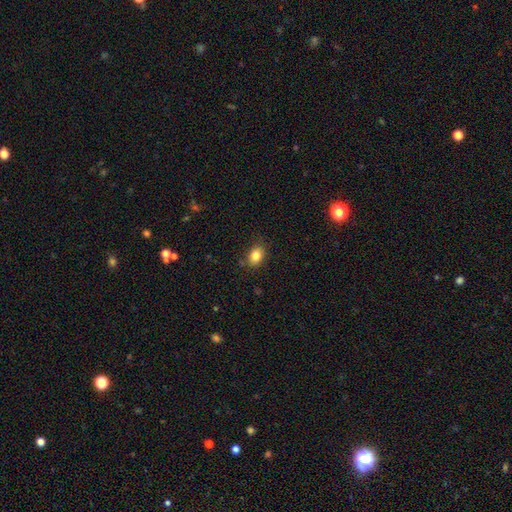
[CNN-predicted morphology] Smooth or featured? smooth (83%)
How rounded? in between (71%)
Merging? none (80%)